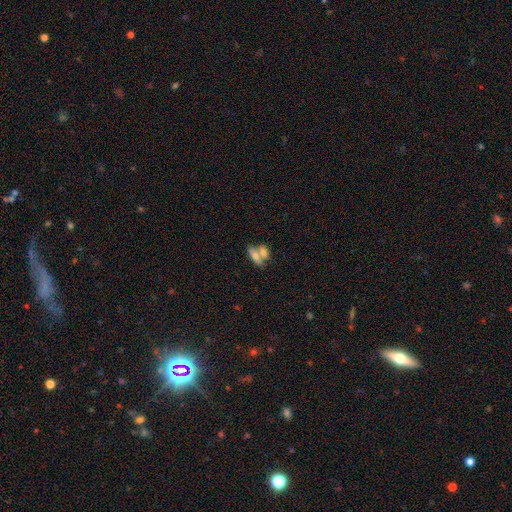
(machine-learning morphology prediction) Smooth or featured?
  - smooth: 64% *
  - featured or disk: 27%
  - star or artifact: 8%
How rounded?
  - in between: 68% *
  - cigar-shaped: 24%
  - round: 8%
Merging?
  - merger: 58% *
  - none: 31%
  - minor disturbance: 8%
  - major disturbance: 4%